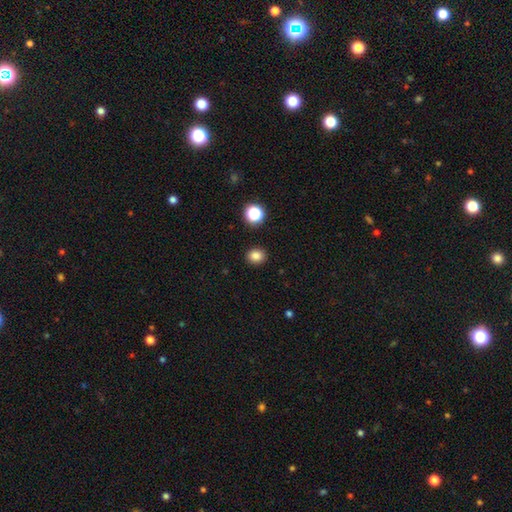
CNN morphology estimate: Q: Smooth or featured?
A: smooth (83%); runner-up: star or artifact (12%)
Q: How rounded?
A: round (72%); runner-up: in between (27%)
Q: Merging?
A: none (90%); runner-up: minor disturbance (6%)